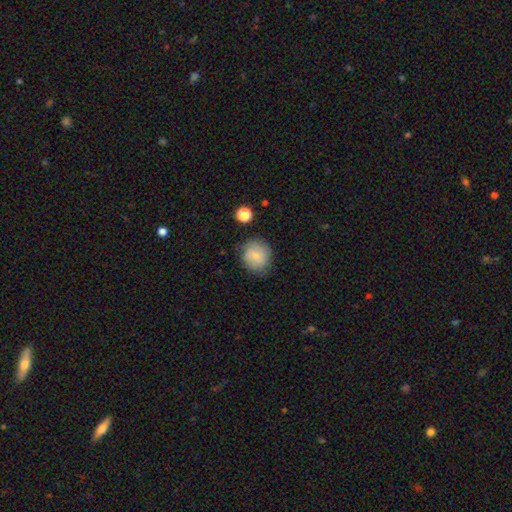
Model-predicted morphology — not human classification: This is likely a smooth galaxy (73%). How rounded: clearly round (84%). Merging: likely none (77%).